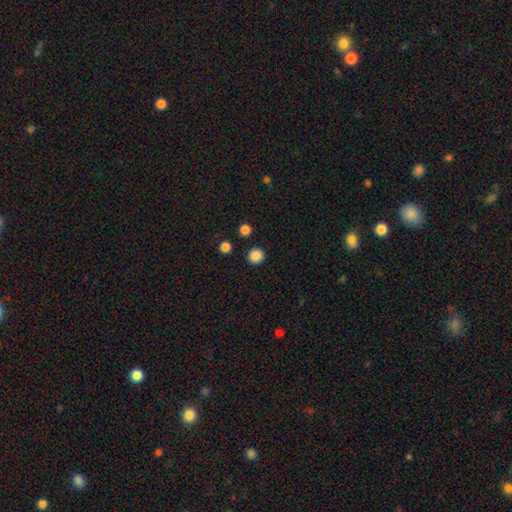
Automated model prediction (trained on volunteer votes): This is clearly a smooth galaxy (87%). How rounded: clearly round (92%). Merging: clearly none (91%).